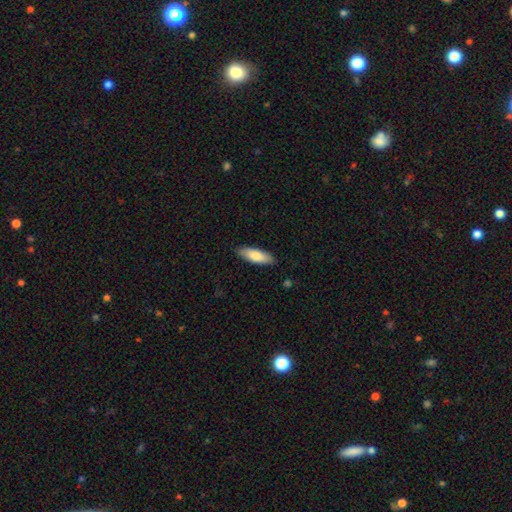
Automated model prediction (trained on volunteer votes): smooth_or_featured: smooth (p=0.80) [alt: featured or disk p=0.14]
how_rounded: in between (p=0.62) [alt: cigar-shaped p=0.37]
merging: none (p=0.87) [alt: minor disturbance p=0.10]